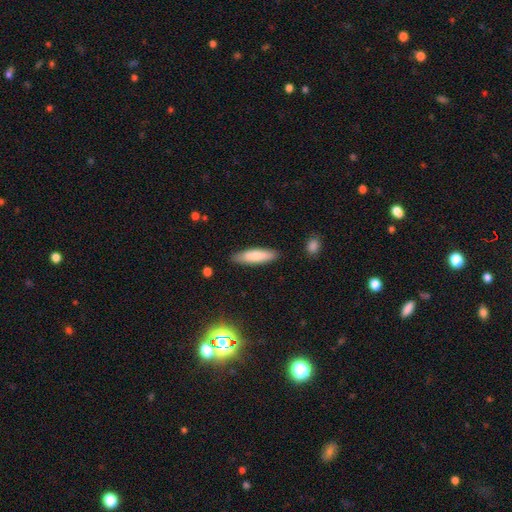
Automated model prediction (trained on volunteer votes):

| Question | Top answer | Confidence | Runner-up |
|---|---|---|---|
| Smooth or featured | smooth | 81% | featured or disk (13%) |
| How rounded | cigar-shaped | 61% | in between (38%) |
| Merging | none | 86% | minor disturbance (11%) |